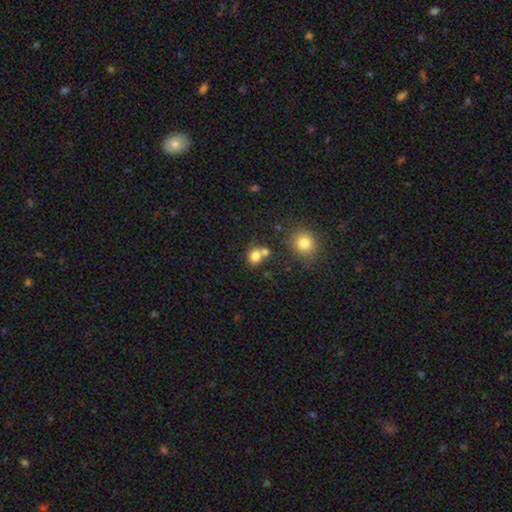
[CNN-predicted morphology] Smooth or featured? Predicted: smooth (p=0.80). How rounded? Predicted: round (p=0.63). Merging? Predicted: none (p=0.54).